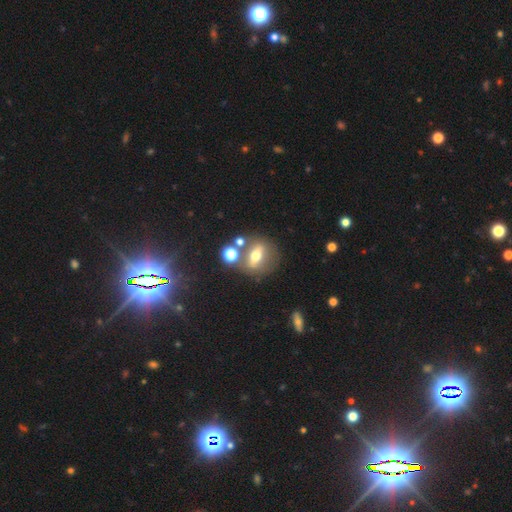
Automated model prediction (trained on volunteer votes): Smooth or featured: featured or disk — 45% (smooth — 42%)
Merging: none — 62% (merger — 18%)